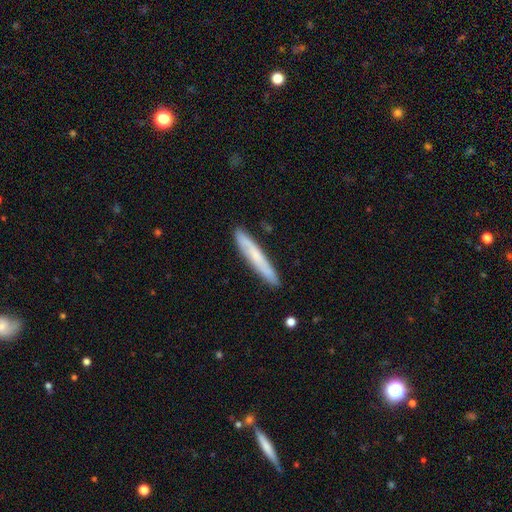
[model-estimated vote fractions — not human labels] This is possibly a smooth galaxy (59%). How rounded: clearly cigar-shaped (95%). Merging: clearly none (88%).